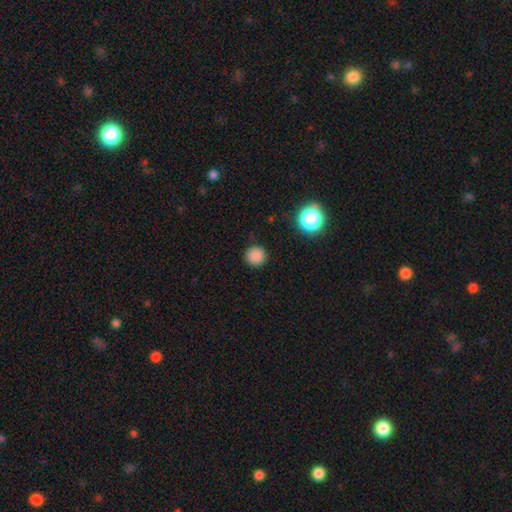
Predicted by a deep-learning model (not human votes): Smooth or featured? Predicted: smooth (p=0.84). How rounded? Predicted: round (p=0.95). Merging? Predicted: none (p=0.90).